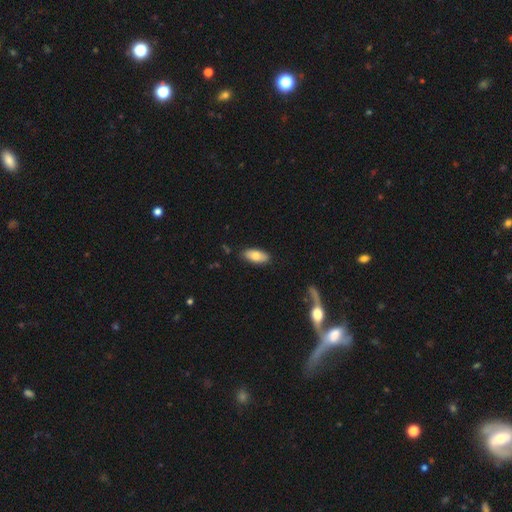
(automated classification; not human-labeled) smooth-or-featured: smooth: 79% | featured or disk: 15% | star or artifact: 6%
  how-rounded: in between: 87% | cigar-shaped: 11% | round: 2%
  merging: none: 85% | minor disturbance: 11% | major disturbance: 2% | merger: 2%